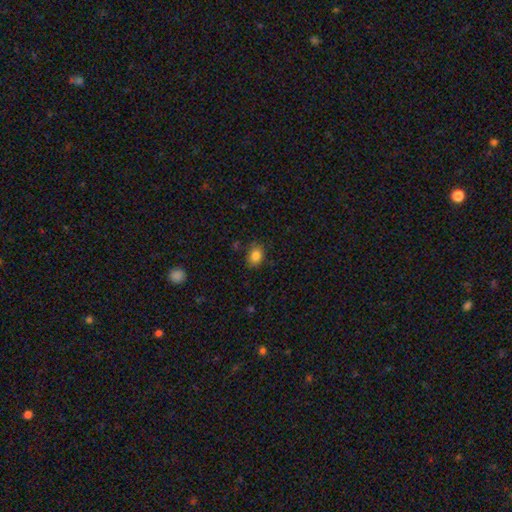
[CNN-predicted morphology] Overall: smooth (85%). How rounded: in between (67%; round 32%). Merging: none (80%).